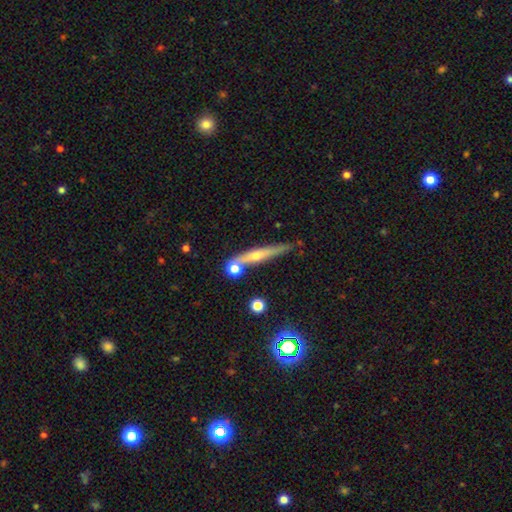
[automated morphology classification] This is possibly a featured or disk galaxy (55%). It is clearly viewed edge-on (92%). Merging: likely none (69%).